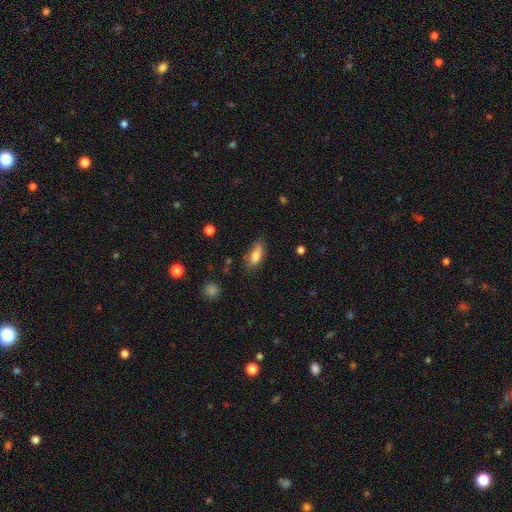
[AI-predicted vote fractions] The model was most divided on "merging": none: 68%, minor disturbance: 24%, major disturbance: 6%, merger: 3%. More confident: smooth or featured — smooth (79%); how rounded — in between (78%).